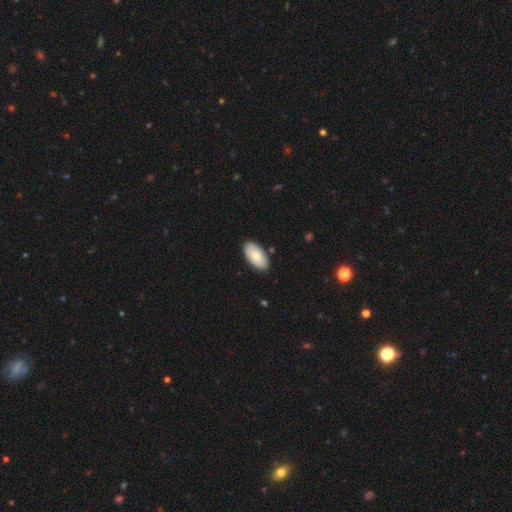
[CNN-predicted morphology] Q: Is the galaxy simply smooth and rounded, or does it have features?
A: smooth — 81%.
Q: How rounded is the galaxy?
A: in between — 95%.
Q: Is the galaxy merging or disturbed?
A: none — 86%.